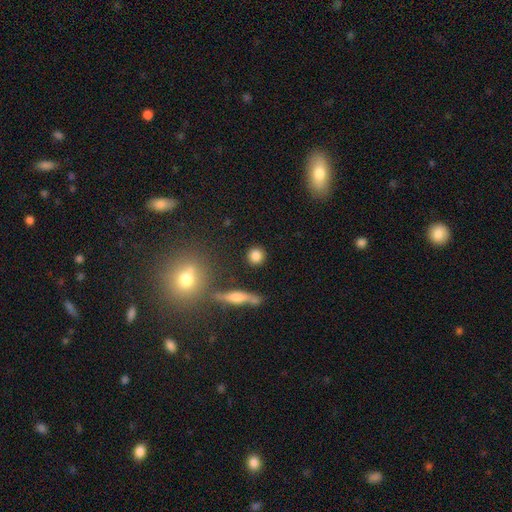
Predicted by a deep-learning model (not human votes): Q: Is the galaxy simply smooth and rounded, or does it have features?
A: smooth — 82%.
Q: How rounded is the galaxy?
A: round — 90%.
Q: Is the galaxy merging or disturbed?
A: none — 87%.